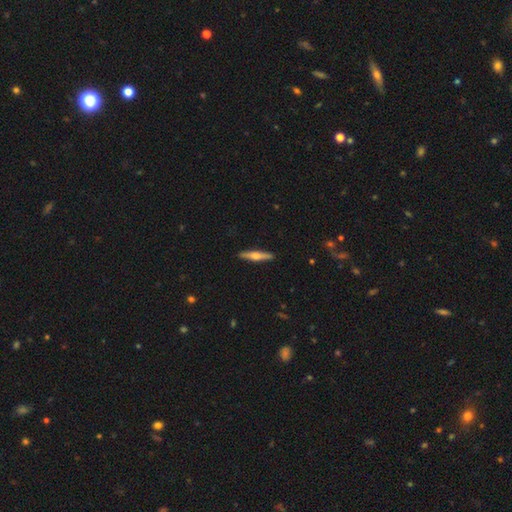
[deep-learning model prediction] This is possibly a featured or disk galaxy (57%). It is clearly viewed edge-on (96%). Edge-on bulge: clearly rounded (91%). Merging: clearly none (91%).